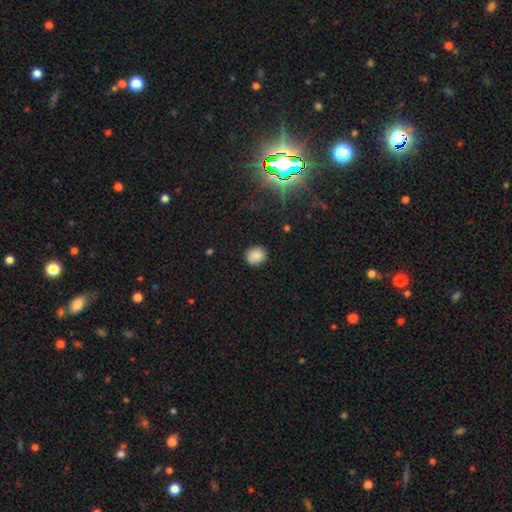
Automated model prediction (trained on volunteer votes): This appears to be a smooth galaxy with no disk features (86%) that is round (73%). Merging: none (85%).